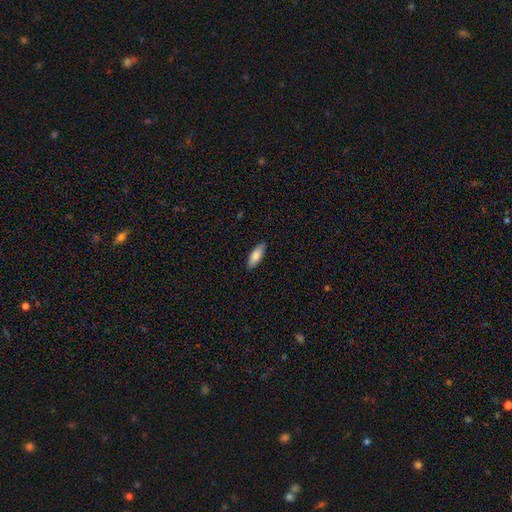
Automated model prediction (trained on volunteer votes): This appears to be a smooth galaxy with no disk features (80%) that is in between round and cigar-shaped (63%). Merging: none (88%).